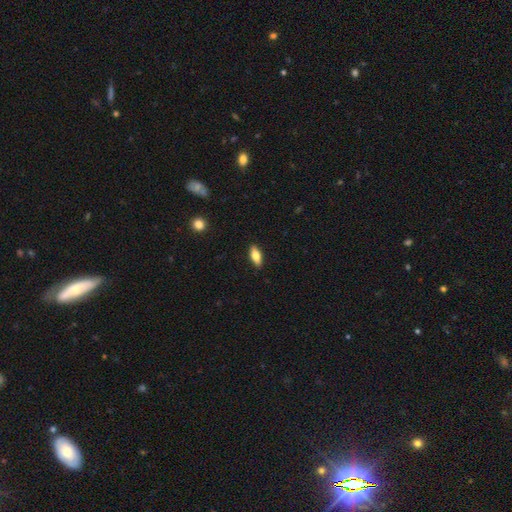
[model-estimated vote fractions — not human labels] smooth 71%, featured or disk 22%, star or artifact 7%. Down the decision tree: how rounded — in between (77%); merging — none (89%).